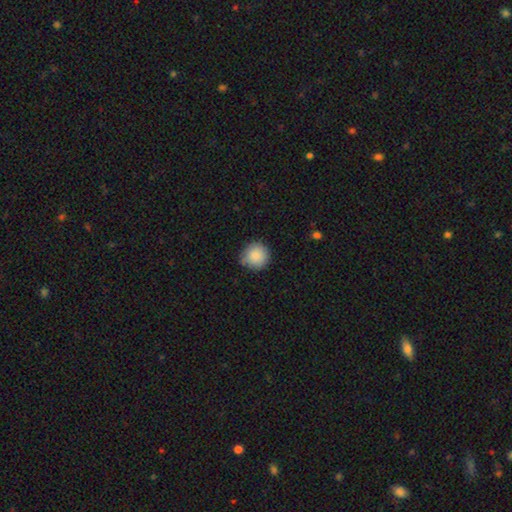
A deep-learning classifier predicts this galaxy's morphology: This is clearly a smooth galaxy (88%). How rounded: clearly round (94%). Merging: clearly none (81%).